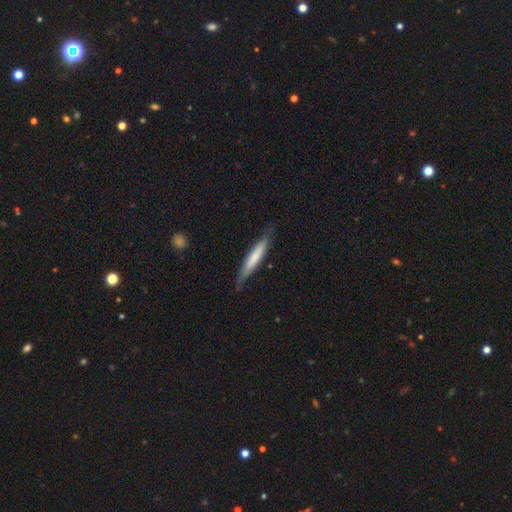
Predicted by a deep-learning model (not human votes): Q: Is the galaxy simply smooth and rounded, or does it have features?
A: smooth — 61%.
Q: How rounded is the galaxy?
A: cigar-shaped — 93%.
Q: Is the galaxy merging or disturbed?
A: none — 80%.